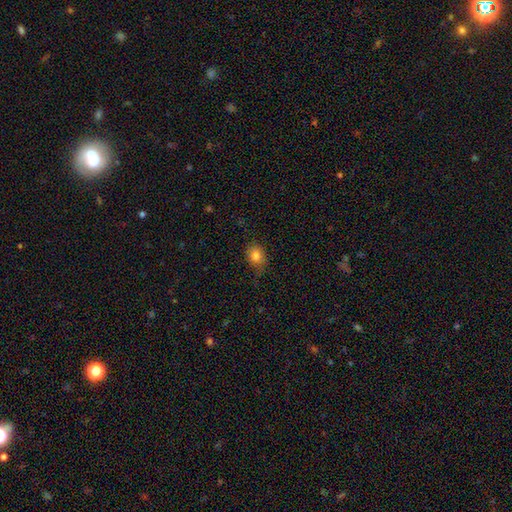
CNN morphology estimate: The model was most divided on "how rounded": in between: 54%, round: 45%, cigar-shaped: 1%. More confident: smooth or featured — smooth (83%); merging — none (69%).